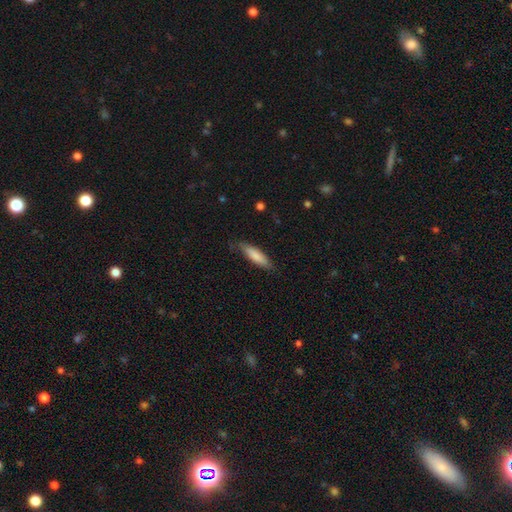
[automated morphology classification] Overall: smooth (81%). How rounded: cigar-shaped (66%; in between 32%). Merging: none (79%).